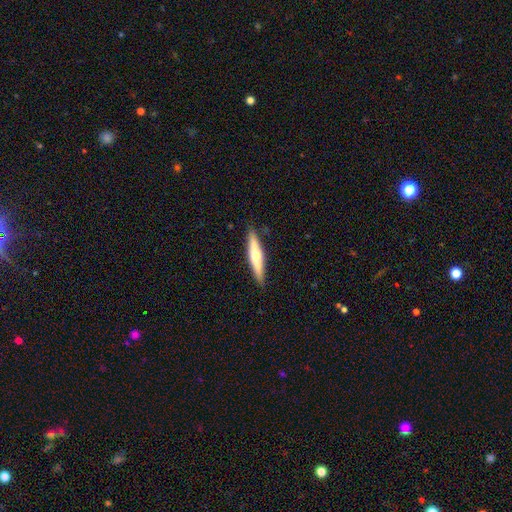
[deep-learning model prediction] Overall: featured or disk (51%; smooth 44%). Edge-on disk: yes (94%). Merging: none (88%).